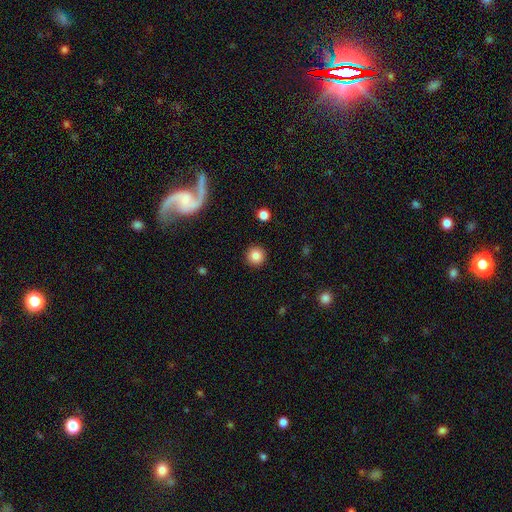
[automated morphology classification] A smooth galaxy with no disk features (84%) that is round (95%).

Vote fractions:
- Smooth or featured? smooth: 84% / star or artifact: 10% / featured or disk: 6%
- How rounded? round: 95% / in between: 4% / cigar-shaped: 1%
- Merging? none: 92% / minor disturbance: 5% / major disturbance: 2% / merger: 1%